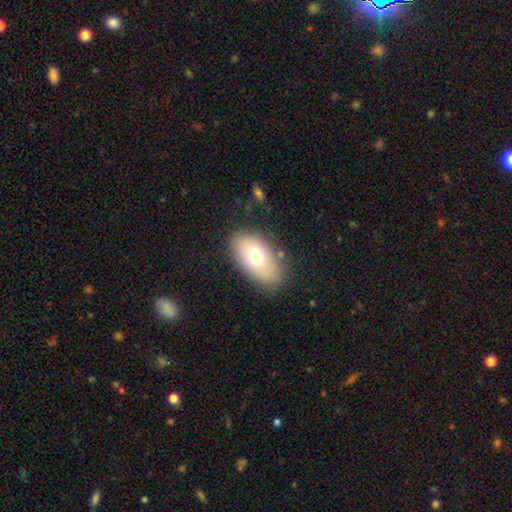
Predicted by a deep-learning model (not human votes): smooth-or-featured: smooth: 69% | featured or disk: 22% | star or artifact: 10%
  how-rounded: in between: 91% | round: 7% | cigar-shaped: 2%
  merging: none: 81% | minor disturbance: 12% | major disturbance: 5% | merger: 2%